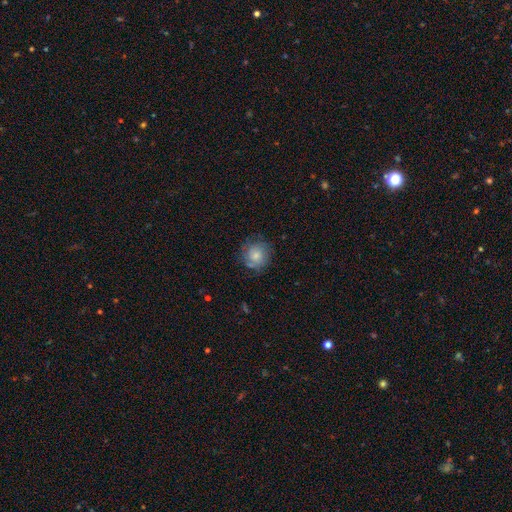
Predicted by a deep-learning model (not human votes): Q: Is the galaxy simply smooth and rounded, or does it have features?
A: smooth — 75%.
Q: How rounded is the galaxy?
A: round — 89%.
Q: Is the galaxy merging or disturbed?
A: none — 73%.